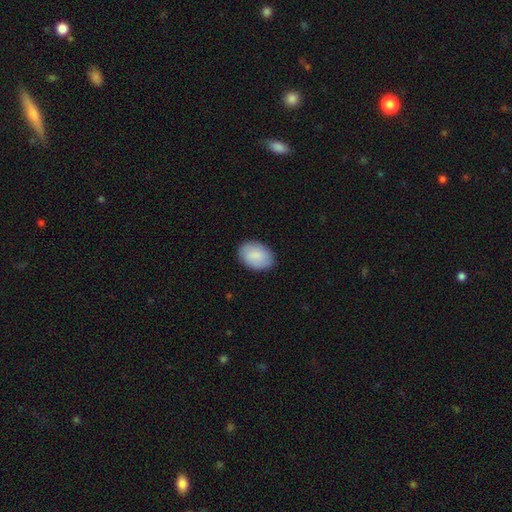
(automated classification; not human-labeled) Smooth or featured? Predicted: smooth (p=0.85). How rounded? Predicted: in between (p=0.83). Merging? Predicted: none (p=0.84).